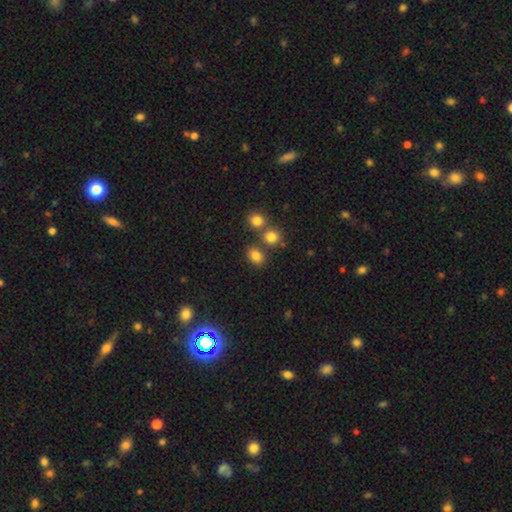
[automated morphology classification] This is clearly a smooth galaxy (82%). How rounded: possibly in between (59%). Merging: likely none (70%).